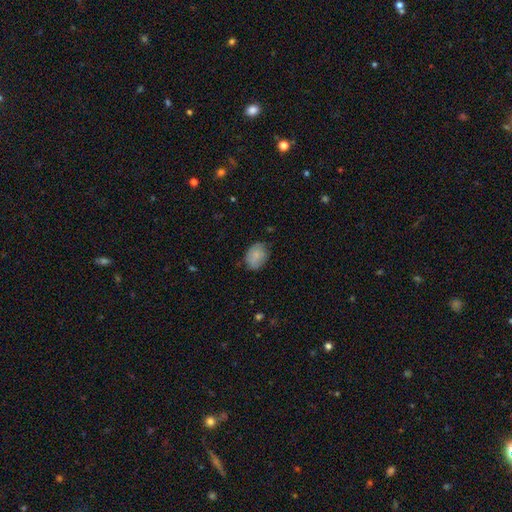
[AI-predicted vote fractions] smooth 82%, featured or disk 11%, star or artifact 7%. Down the decision tree: how rounded — in between (74%); merging — none (71%).